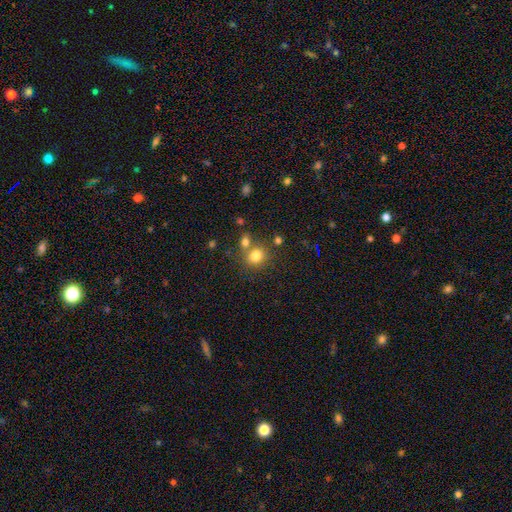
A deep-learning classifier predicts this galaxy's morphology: Smooth or featured? smooth (79%)
How rounded? round (74%)
Merging? none (62%)